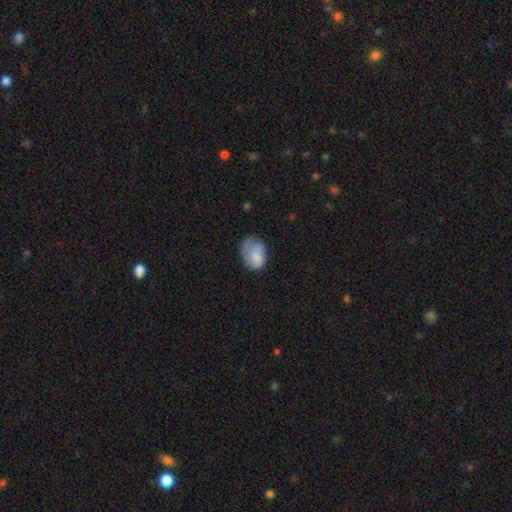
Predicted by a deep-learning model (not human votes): smooth_or_featured: smooth (p=0.70) [alt: featured or disk p=0.22]
how_rounded: in between (p=0.76) [alt: round p=0.22]
merging: none (p=0.38) [alt: minor disturbance p=0.37]